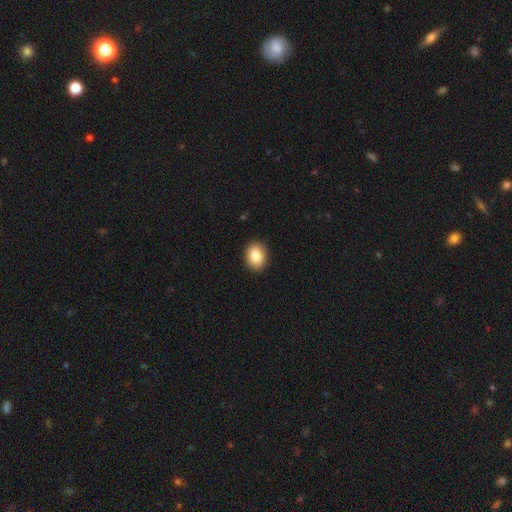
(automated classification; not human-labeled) smooth 85%, star or artifact 8%, featured or disk 7%. Down the decision tree: how rounded — in between (52%); merging — none (91%).